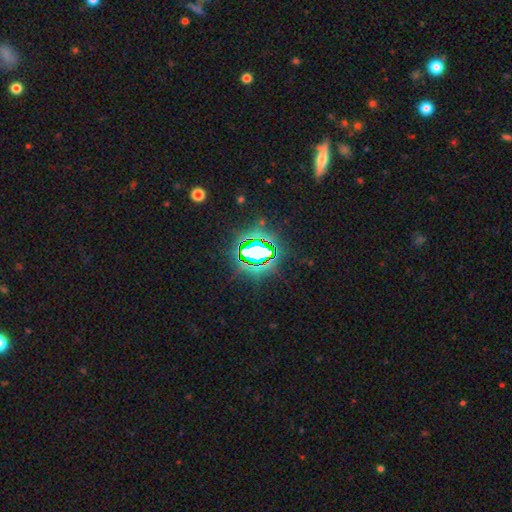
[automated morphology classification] This appears to be a star or artifact, not a galaxy (76%).